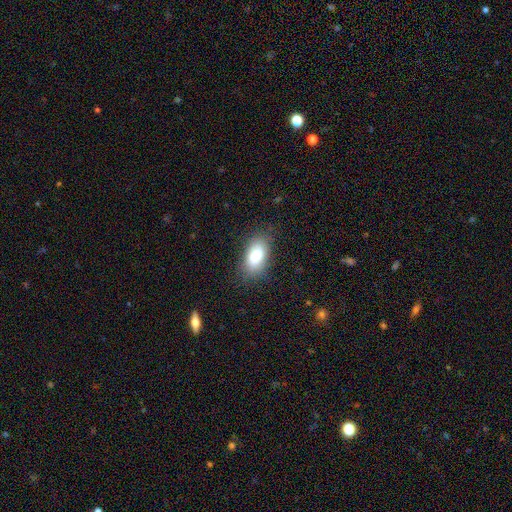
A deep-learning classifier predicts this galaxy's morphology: Overall: smooth (78%). How rounded: in between (90%). Merging: none (81%).